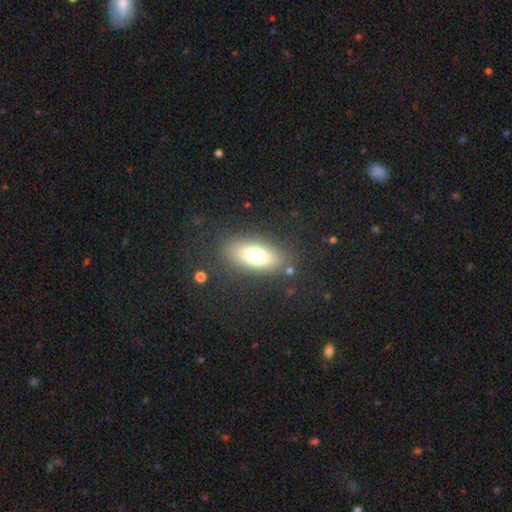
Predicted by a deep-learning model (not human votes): A smooth galaxy with no disk features (67%) that is in between round and cigar-shaped (77%). Merging: none (83%).